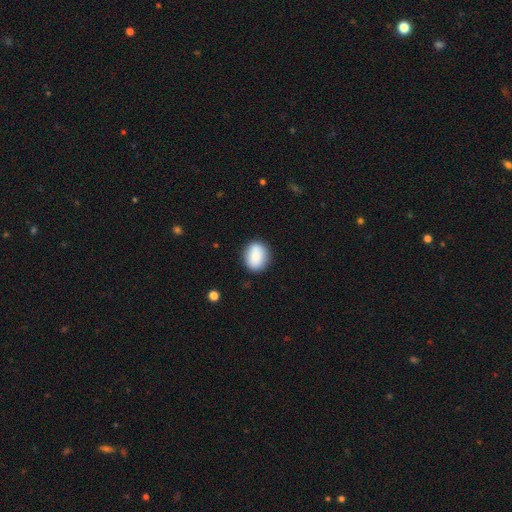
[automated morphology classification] A smooth galaxy with no disk features (88%) that is in between round and cigar-shaped (52%).

Vote fractions:
- Smooth or featured? smooth: 88% / star or artifact: 7% / featured or disk: 5%
- How rounded? in between: 52% / round: 47% / cigar-shaped: 1%
- Merging? none: 84% / minor disturbance: 11% / major disturbance: 3% / merger: 2%